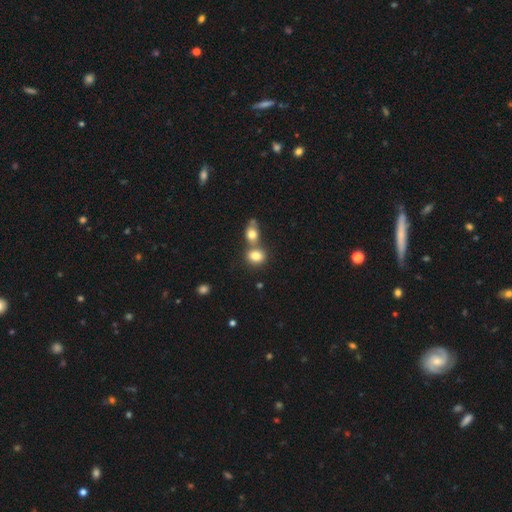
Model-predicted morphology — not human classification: The model was most divided on "how rounded": round: 50%, in between: 48%, cigar-shaped: 1%. Remaining: smooth or featured — smooth (81%); merging — merger (48%).